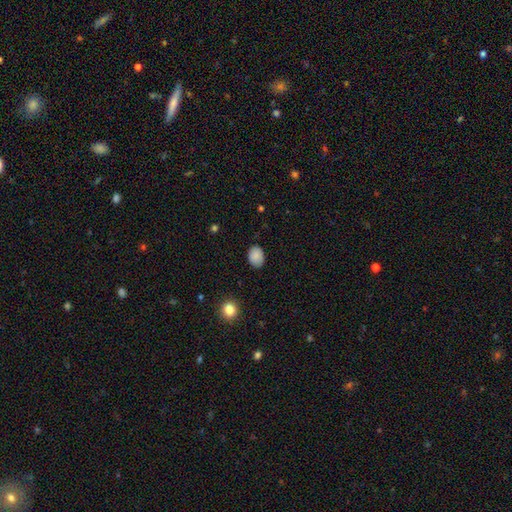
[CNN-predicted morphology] The model was most divided on "how rounded": in between: 70%, round: 29%, cigar-shaped: 1%. More confident: smooth or featured — smooth (87%); merging — none (84%).